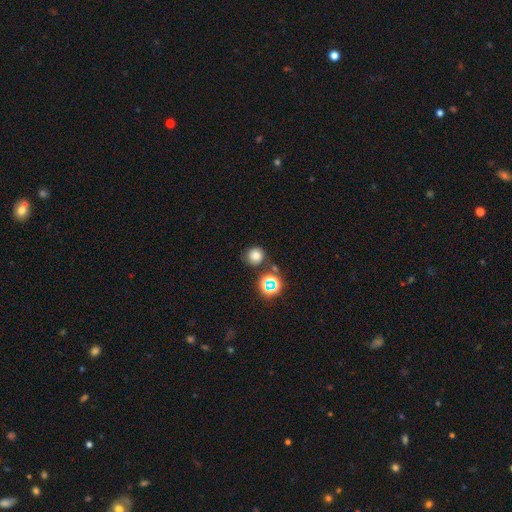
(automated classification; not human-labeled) smooth 73%, star or artifact 19%, featured or disk 8%. Down the decision tree: how rounded — round (91%); merging — none (75%).